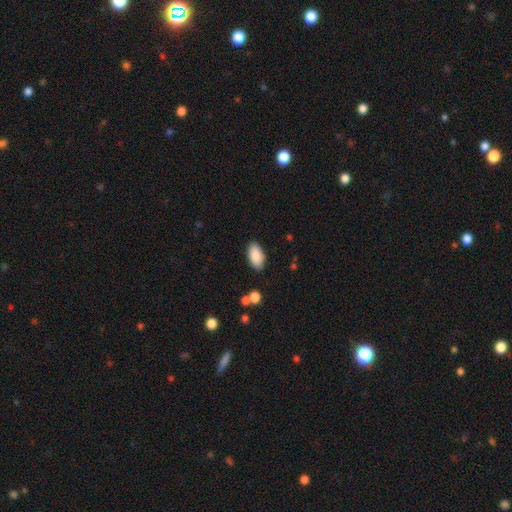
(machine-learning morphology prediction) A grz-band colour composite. It shows a smooth galaxy with no disk features (89%) that is in between round and cigar-shaped (94%). Merging: none (86%).